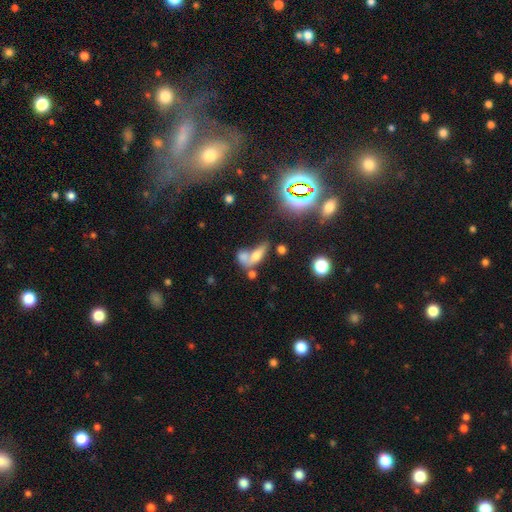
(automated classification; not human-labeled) smooth_or_featured: smooth (p=0.57) [alt: featured or disk p=0.24]
how_rounded: in between (p=0.67) [alt: cigar-shaped p=0.21]
merging: merger (p=0.61) [alt: none p=0.20]